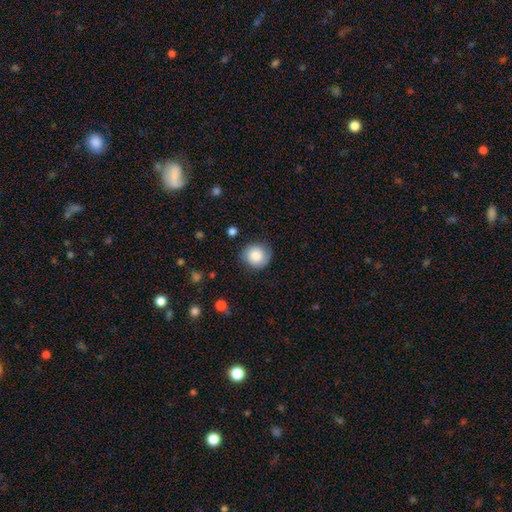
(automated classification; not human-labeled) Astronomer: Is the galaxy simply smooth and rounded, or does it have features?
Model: smooth — 80%.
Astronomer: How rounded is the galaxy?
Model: round — 87%.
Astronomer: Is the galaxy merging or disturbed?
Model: none — 81%.